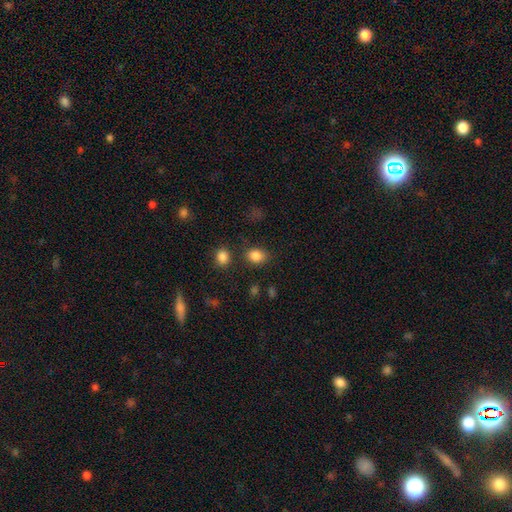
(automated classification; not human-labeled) smooth-or-featured: smooth: 85% | star or artifact: 11% | featured or disk: 5%
  how-rounded: in between: 59% | round: 40% | cigar-shaped: 1%
  merging: none: 75% | minor disturbance: 14% | merger: 7% | major disturbance: 5%